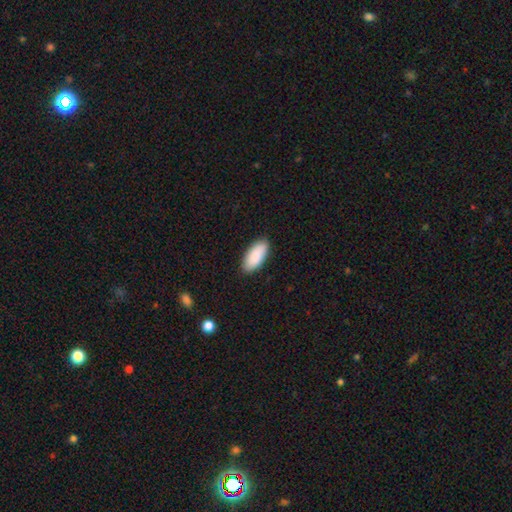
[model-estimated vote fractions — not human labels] Smooth or featured: smooth — 90% (star or artifact — 5%)
How rounded: in between — 90% (cigar-shaped — 9%)
Merging: none — 89% (minor disturbance — 9%)